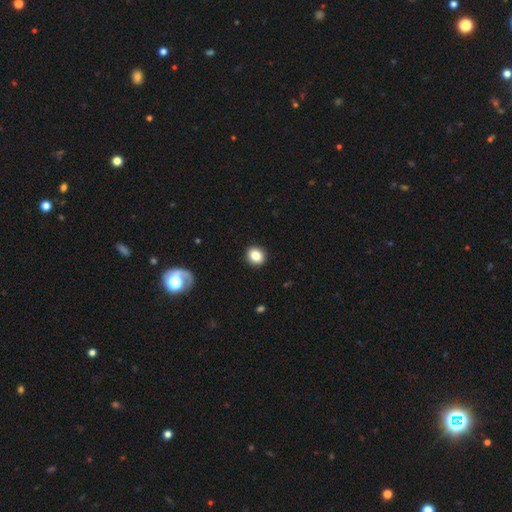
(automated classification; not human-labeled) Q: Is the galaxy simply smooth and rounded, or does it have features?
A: smooth — 84%.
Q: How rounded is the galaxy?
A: round — 74%.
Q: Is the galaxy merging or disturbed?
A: none — 92%.